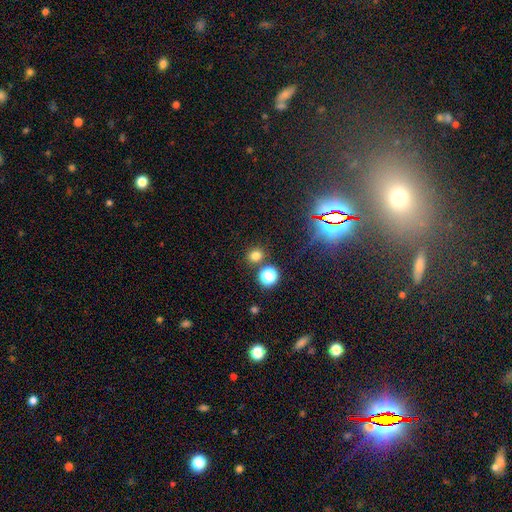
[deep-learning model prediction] This appears to be a smooth galaxy with no disk features (73%) that is round (70%). Merging: none (79%).